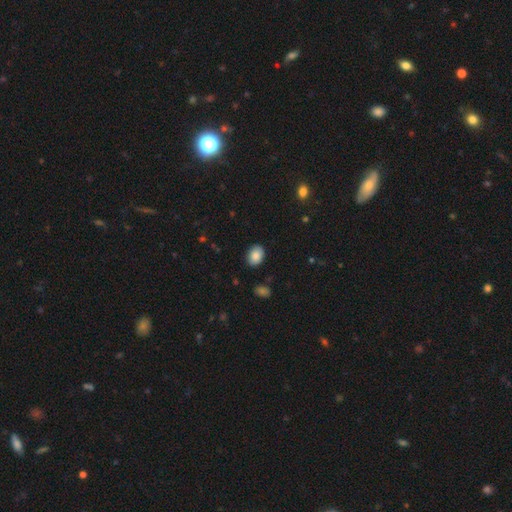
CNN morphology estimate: Overall: smooth (87%). How rounded: in between (73%). Merging: none (87%).